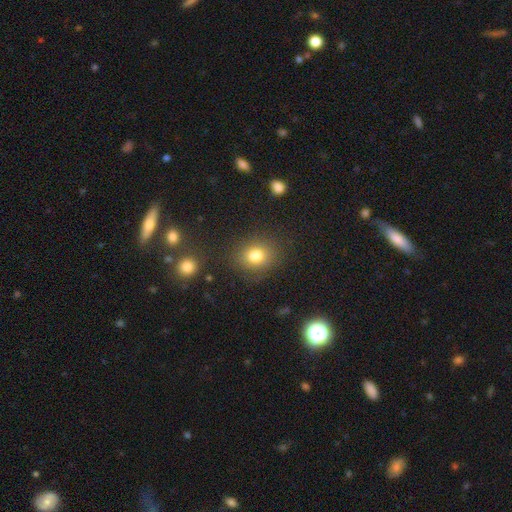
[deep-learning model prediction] A smooth galaxy with no disk features (81%) that is round (66%).

Vote fractions:
- Smooth or featured? smooth: 81% / star or artifact: 12% / featured or disk: 7%
- How rounded? round: 66% / in between: 33% / cigar-shaped: 1%
- Merging? none: 82% / minor disturbance: 11% / major disturbance: 4% / merger: 3%